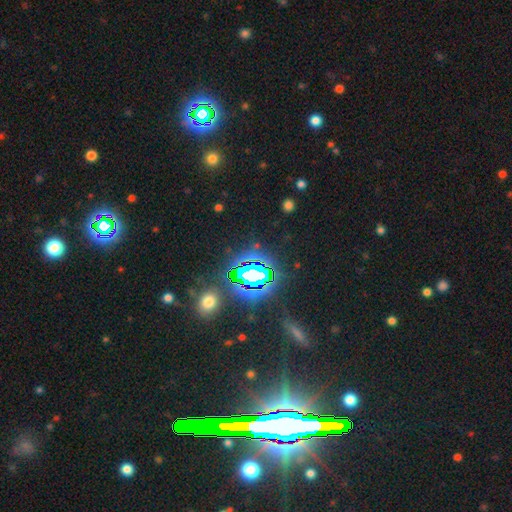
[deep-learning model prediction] Smooth or featured: star or artifact — 82% (smooth — 10%)